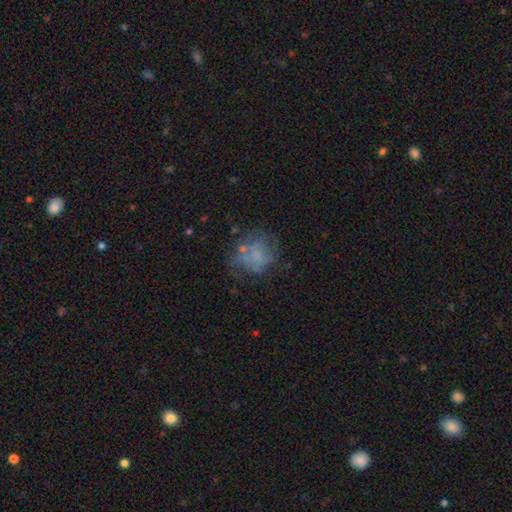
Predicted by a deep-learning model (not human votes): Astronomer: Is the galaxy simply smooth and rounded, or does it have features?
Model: smooth — 46% (runner-up: featured or disk, 39%).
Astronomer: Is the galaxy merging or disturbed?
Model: none — 49%.